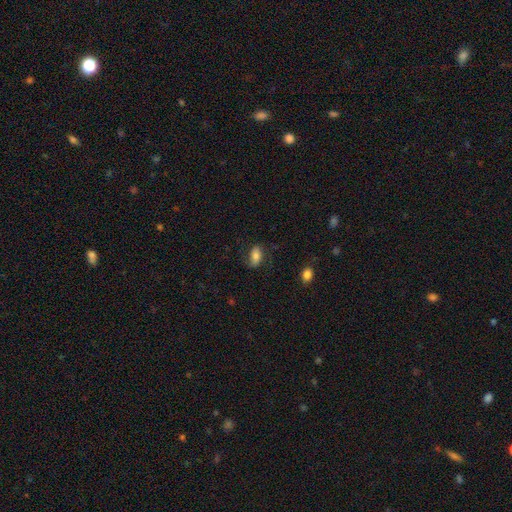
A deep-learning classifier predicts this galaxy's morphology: smooth_or_featured: smooth (p=0.69) [alt: featured or disk p=0.23]
how_rounded: in between (p=0.89) [alt: round p=0.06]
merging: none (p=0.71) [alt: minor disturbance p=0.19]